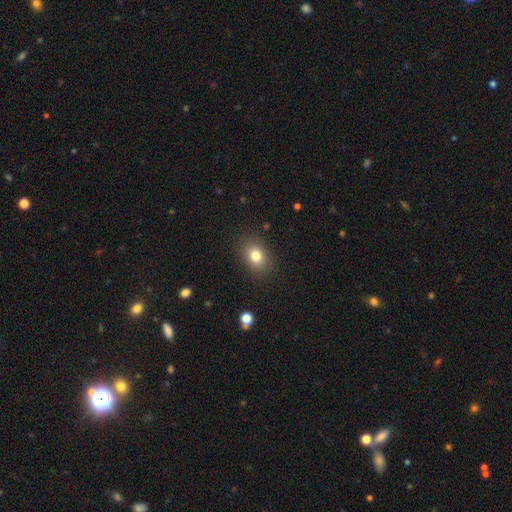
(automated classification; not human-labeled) smooth_or_featured: smooth (p=0.80) [alt: star or artifact p=0.11]
how_rounded: in between (p=0.60) [alt: round p=0.39]
merging: none (p=0.86) [alt: minor disturbance p=0.10]